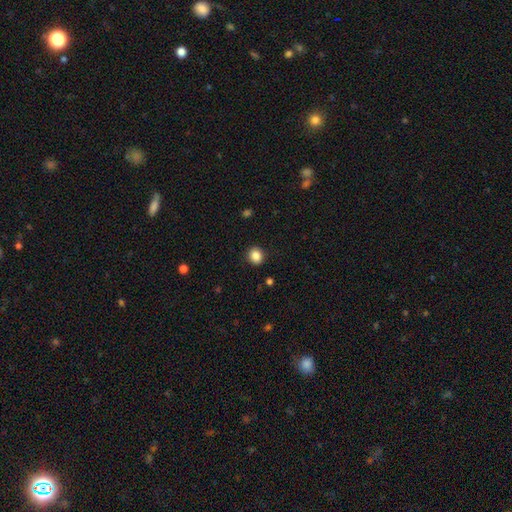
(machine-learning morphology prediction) Smooth or featured? smooth (86%)
How rounded? round (76%)
Merging? none (91%)